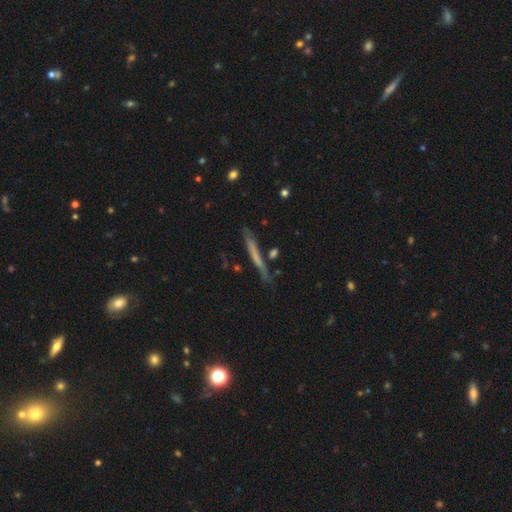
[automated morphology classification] type=smooth (51%); roundness=cigar-shaped (95%); merging=none (80%).